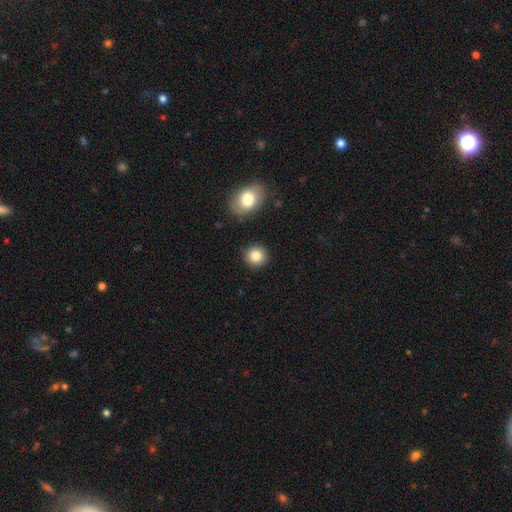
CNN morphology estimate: A smooth galaxy with no disk features (84%) that is round (90%). Merging: none (89%).